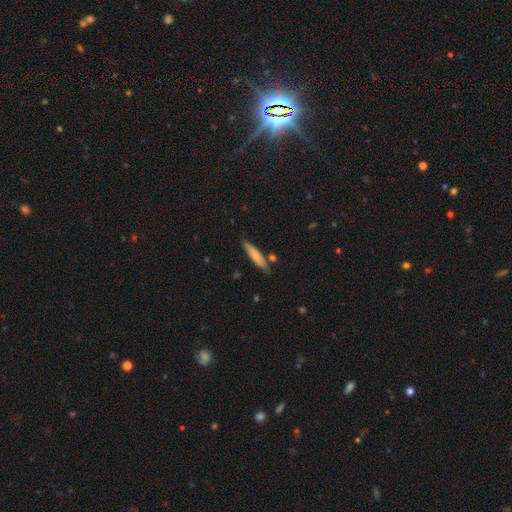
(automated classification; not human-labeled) This is likely a smooth galaxy (72%). How rounded: clearly cigar-shaped (82%). Merging: likely none (78%).